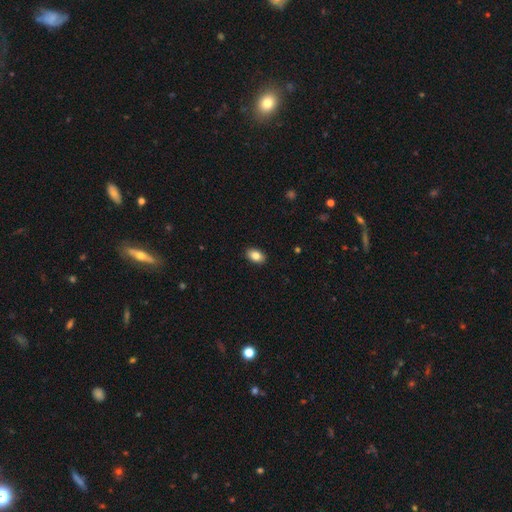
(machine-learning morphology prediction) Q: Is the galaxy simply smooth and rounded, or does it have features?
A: smooth — 84%.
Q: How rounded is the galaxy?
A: in between — 89%.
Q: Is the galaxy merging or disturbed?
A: none — 90%.